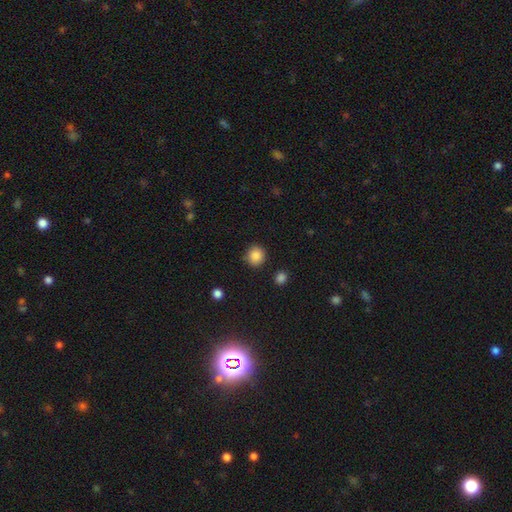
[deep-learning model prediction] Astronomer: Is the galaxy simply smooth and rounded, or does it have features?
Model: smooth — 87%.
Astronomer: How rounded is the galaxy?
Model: round — 87%.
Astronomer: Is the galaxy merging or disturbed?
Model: none — 86%.